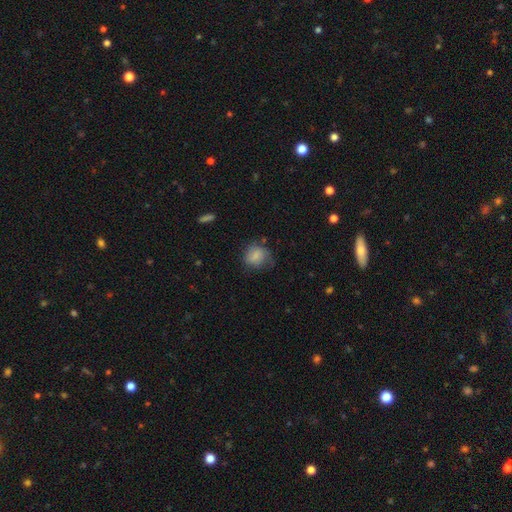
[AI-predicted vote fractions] smooth_or_featured: smooth (p=0.77) [alt: featured or disk p=0.14]
how_rounded: round (p=0.62) [alt: in between p=0.36]
merging: none (p=0.56) [alt: minor disturbance p=0.29]